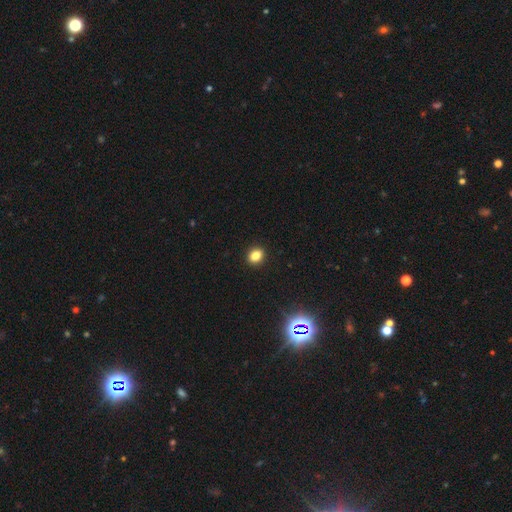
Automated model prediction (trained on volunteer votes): A smooth galaxy with no disk features (82%) that is round (51%). Merging: none (91%).